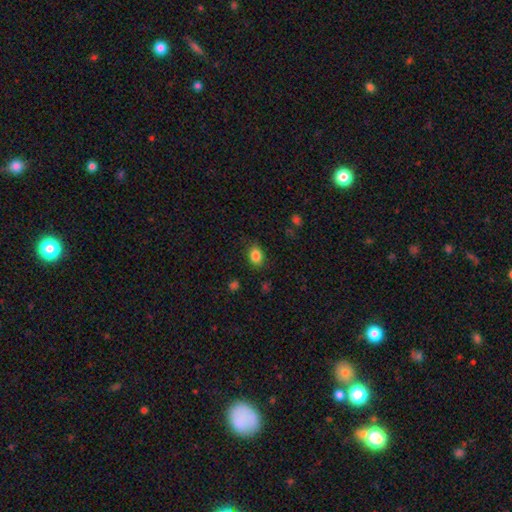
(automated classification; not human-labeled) Smooth or featured: smooth — 85% (star or artifact — 10%)
How rounded: in between — 74% (round — 25%)
Merging: none — 82% (minor disturbance — 13%)